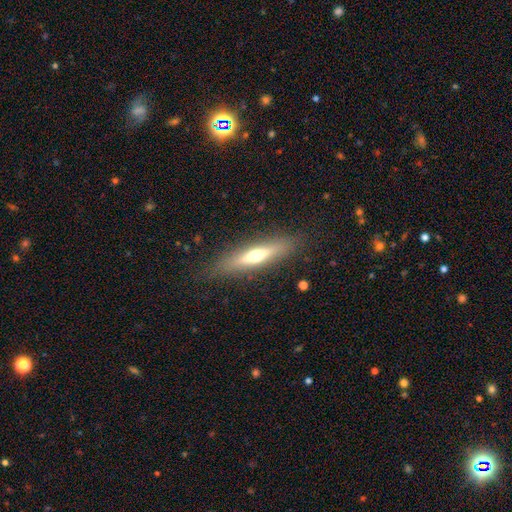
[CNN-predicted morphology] A featured or disk galaxy (49%).

Vote fractions:
- Smooth or featured? featured or disk: 49% / smooth: 44% / star or artifact: 7%
- Merging? none: 85% / minor disturbance: 10% / major disturbance: 4% / merger: 1%